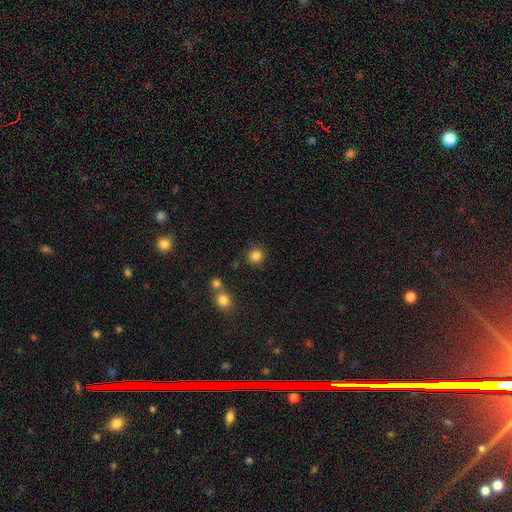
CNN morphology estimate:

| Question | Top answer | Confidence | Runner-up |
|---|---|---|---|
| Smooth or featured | smooth | 84% | star or artifact (12%) |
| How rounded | round | 87% | in between (12%) |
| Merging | none | 84% | minor disturbance (8%) |